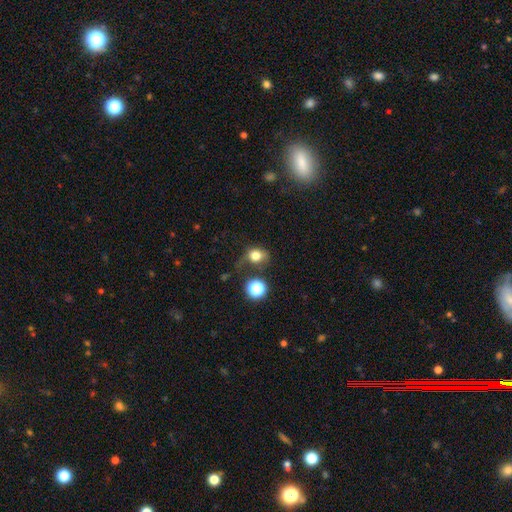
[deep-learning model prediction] Q: Smooth or featured?
A: smooth (75%); runner-up: star or artifact (14%)
Q: How rounded?
A: round (60%); runner-up: in between (39%)
Q: Merging?
A: none (47%); runner-up: minor disturbance (28%)